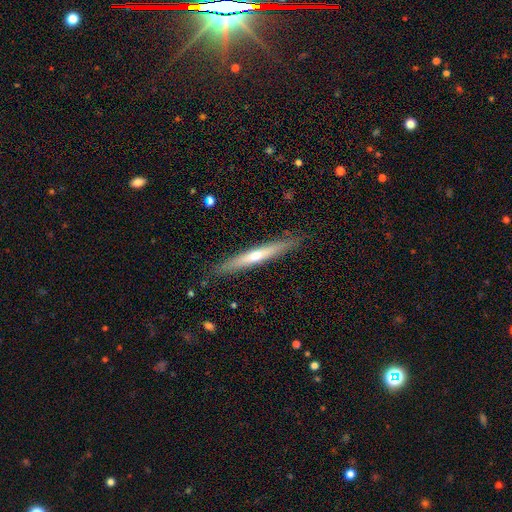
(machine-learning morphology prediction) Q: Smooth or featured?
A: featured or disk (53%); runner-up: smooth (41%)
Q: Edge-on disk?
A: yes (94%); runner-up: no (6%)
Q: Edge-on bulge?
A: rounded (68%); runner-up: none (29%)
Q: Merging?
A: none (89%); runner-up: minor disturbance (9%)